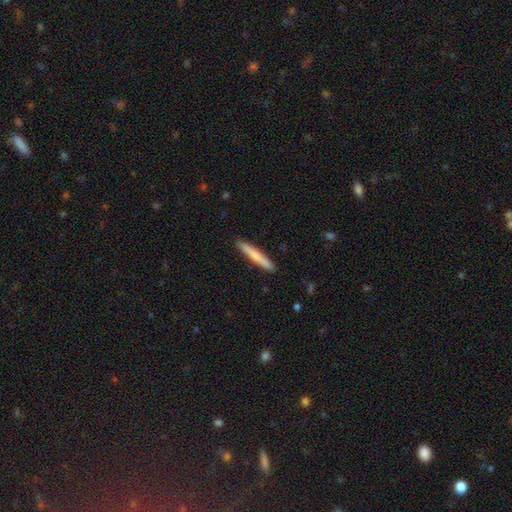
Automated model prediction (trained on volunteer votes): Smooth or featured? Predicted: smooth (p=0.68). How rounded? Predicted: cigar-shaped (p=0.96). Merging? Predicted: none (p=0.91).